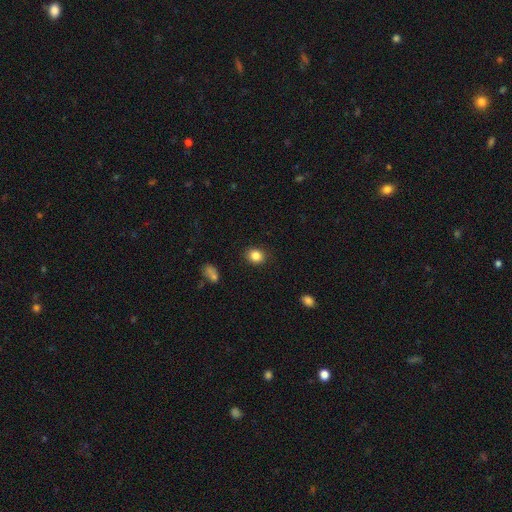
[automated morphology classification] smooth-or-featured: smooth: 86% | star or artifact: 10% | featured or disk: 4%
  how-rounded: round: 71% | in between: 28% | cigar-shaped: 1%
  merging: none: 89% | minor disturbance: 8% | major disturbance: 2% | merger: 1%